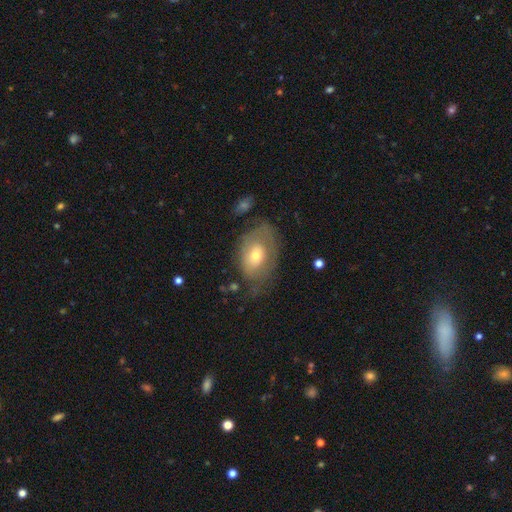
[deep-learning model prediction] Smooth or featured? Predicted: smooth (p=0.50). Merging? Predicted: none (p=0.50).